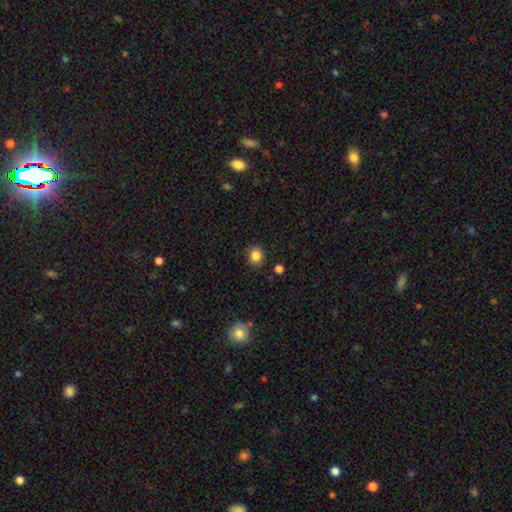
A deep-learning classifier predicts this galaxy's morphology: Smooth or featured?
  - smooth: 84% *
  - star or artifact: 11%
  - featured or disk: 5%
How rounded?
  - round: 70% *
  - in between: 29%
  - cigar-shaped: 1%
Merging?
  - none: 88% *
  - minor disturbance: 8%
  - major disturbance: 2%
  - merger: 2%